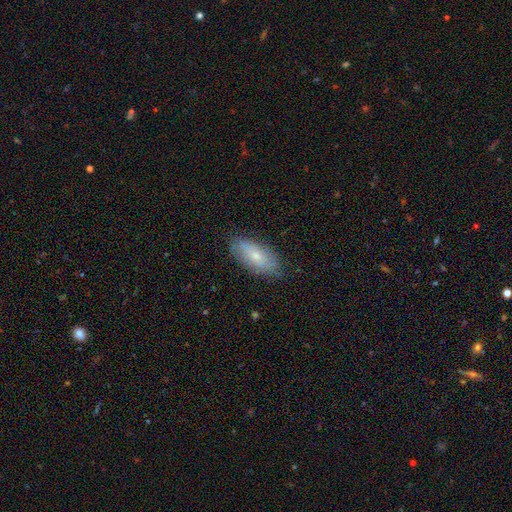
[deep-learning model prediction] Smooth or featured?
  - smooth: 62% *
  - featured or disk: 31%
  - star or artifact: 7%
How rounded?
  - in between: 83% *
  - cigar-shaped: 14%
  - round: 3%
Merging?
  - none: 81% *
  - minor disturbance: 15%
  - major disturbance: 3%
  - merger: 1%